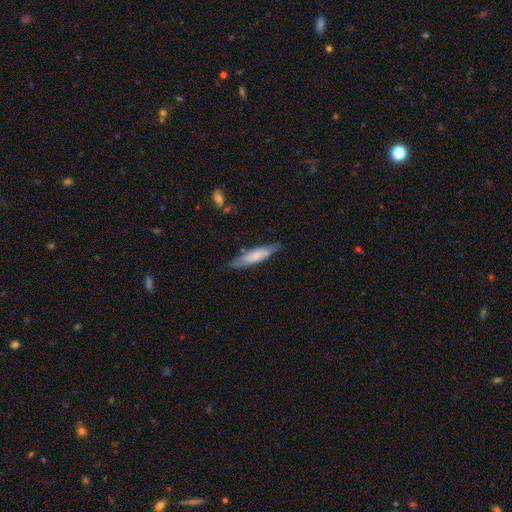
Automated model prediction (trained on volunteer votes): Smooth or featured?
  - smooth: 65% *
  - featured or disk: 29%
  - star or artifact: 6%
How rounded?
  - cigar-shaped: 78% *
  - in between: 21%
  - round: 1%
Merging?
  - none: 78% *
  - minor disturbance: 17%
  - major disturbance: 3%
  - merger: 2%